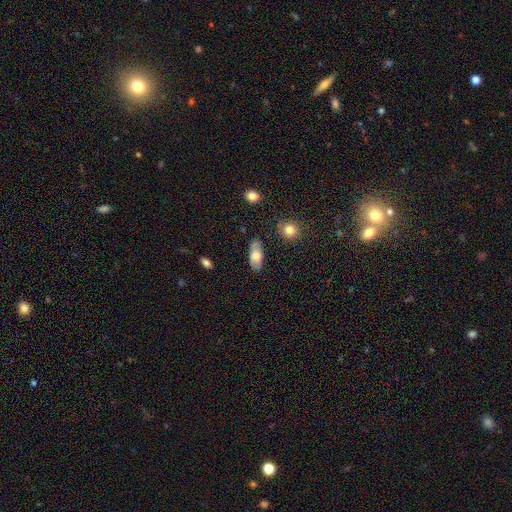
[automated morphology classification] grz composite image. It shows a smooth galaxy with no disk features (70%) that is in between round and cigar-shaped (84%). Merging: none (74%).